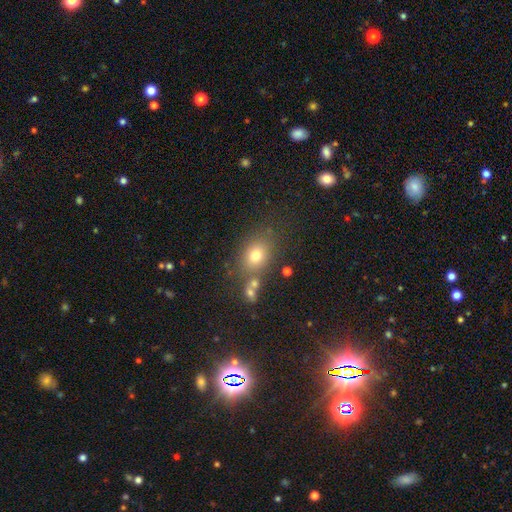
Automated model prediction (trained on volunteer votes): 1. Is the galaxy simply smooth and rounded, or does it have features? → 74% smooth, 13% star or artifact, 12% featured or disk.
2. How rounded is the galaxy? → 58% in between, 40% round, 1% cigar-shaped.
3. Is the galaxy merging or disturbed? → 67% none, 14% minor disturbance, 14% merger, 6% major disturbance.